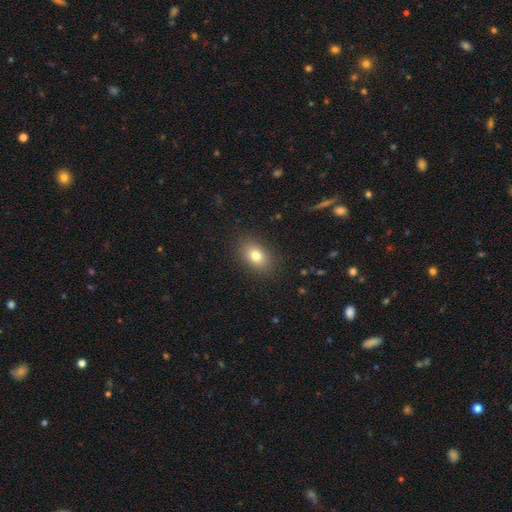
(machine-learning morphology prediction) Q: Smooth or featured?
A: smooth (78%); runner-up: featured or disk (11%)
Q: How rounded?
A: in between (79%); runner-up: round (19%)
Q: Merging?
A: none (88%); runner-up: minor disturbance (8%)